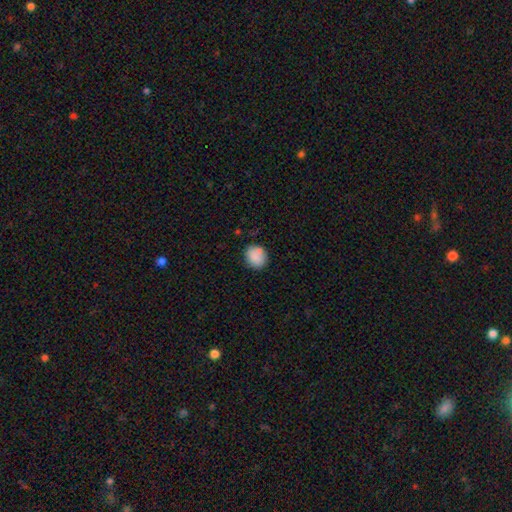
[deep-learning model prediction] smooth 85%, star or artifact 8%, featured or disk 7%. Down the decision tree: how rounded — round (64%); merging — none (72%).